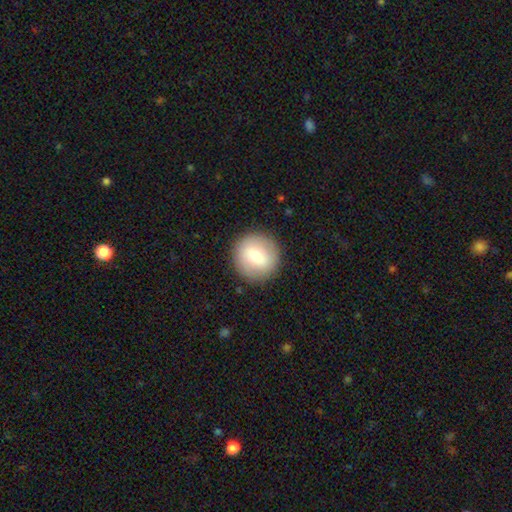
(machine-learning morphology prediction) type=smooth (73%); roundness=round (94%); merging=none (89%).